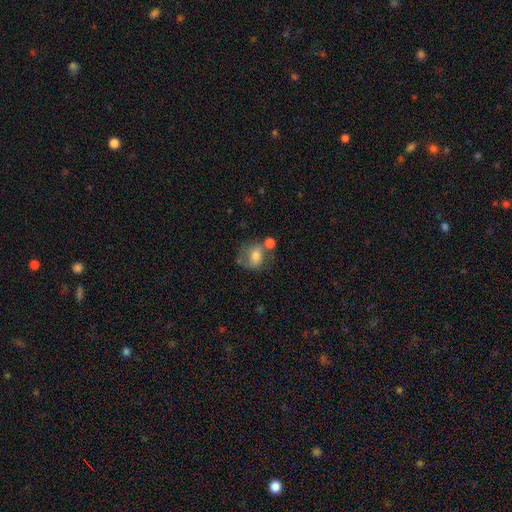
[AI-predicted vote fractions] A smooth galaxy with no disk features (59%) that is round (56%).

Vote fractions:
- Smooth or featured? smooth: 59% / featured or disk: 31% / star or artifact: 9%
- How rounded? round: 56% / in between: 43% / cigar-shaped: 1%
- Merging? none: 45% / merger: 26% / minor disturbance: 19% / major disturbance: 10%